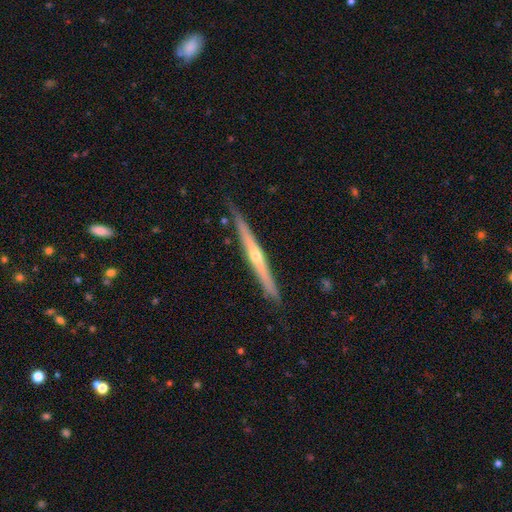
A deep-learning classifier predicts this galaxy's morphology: A featured or disk galaxy (75%) viewed edge-on (97%) with a rounded central bulge (76%). Merging: none (85%).